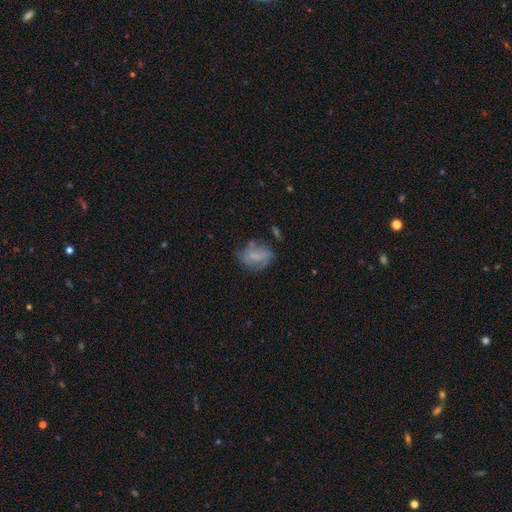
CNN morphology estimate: Smooth or featured?
  - smooth: 56% *
  - featured or disk: 33%
  - star or artifact: 10%
How rounded?
  - in between: 66% *
  - round: 32%
  - cigar-shaped: 2%
Merging?
  - none: 51% *
  - minor disturbance: 27%
  - major disturbance: 16%
  - merger: 6%